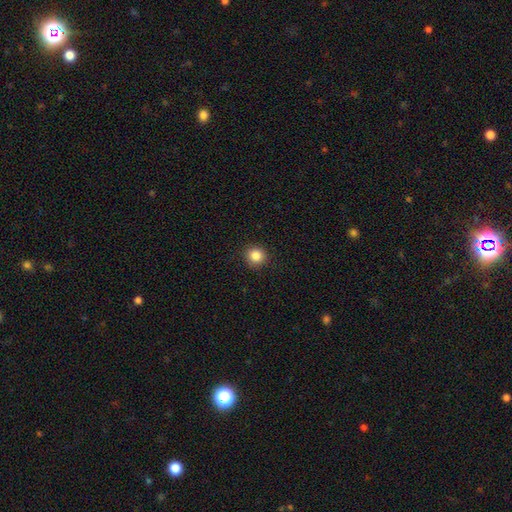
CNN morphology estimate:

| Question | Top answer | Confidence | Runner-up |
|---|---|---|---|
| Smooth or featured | smooth | 86% | star or artifact (10%) |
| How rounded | round | 92% | in between (7%) |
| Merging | none | 91% | minor disturbance (6%) |